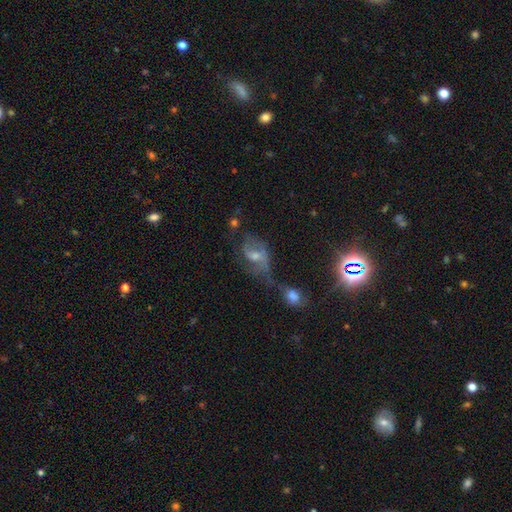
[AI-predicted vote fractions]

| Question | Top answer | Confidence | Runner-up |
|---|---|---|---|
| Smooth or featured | featured or disk | 55% | star or artifact (23%) |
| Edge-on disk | no | 94% | yes (6%) |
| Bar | weak | 45% | no (40%) |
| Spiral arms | yes | 78% | no (22%) |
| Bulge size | moderate | 46% | small (41%) |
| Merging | none | 35% | major disturbance (26%) |